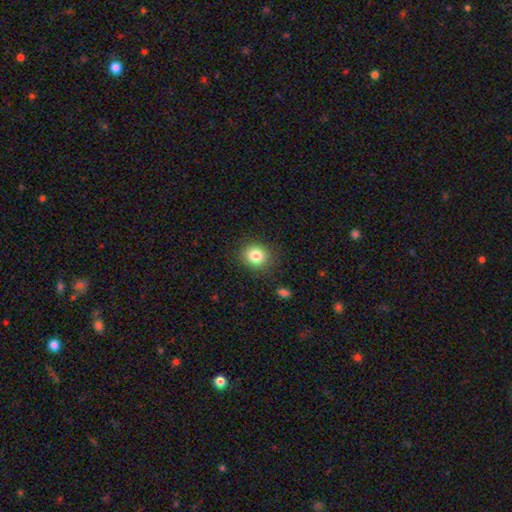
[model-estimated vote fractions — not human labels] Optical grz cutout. It shows a smooth galaxy with no disk features (82%) that is round (76%). Merging: none (86%).